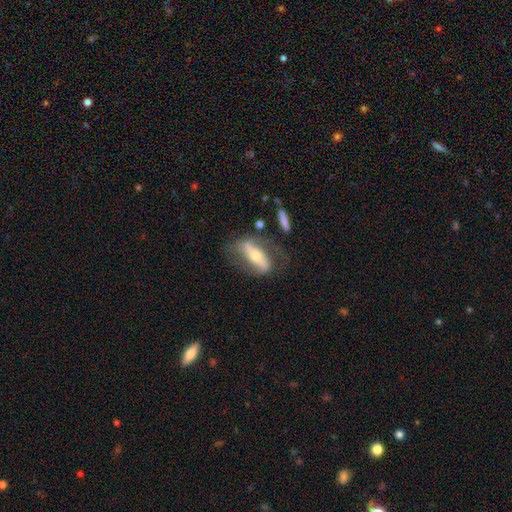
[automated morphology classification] Overall: featured or disk (70%). Edge-on disk: no (76%). Bar: strong (63%). Spiral arms: yes (70%; no 30%). Bulge size: moderate (53%; small 39%). Merging: none (61%).